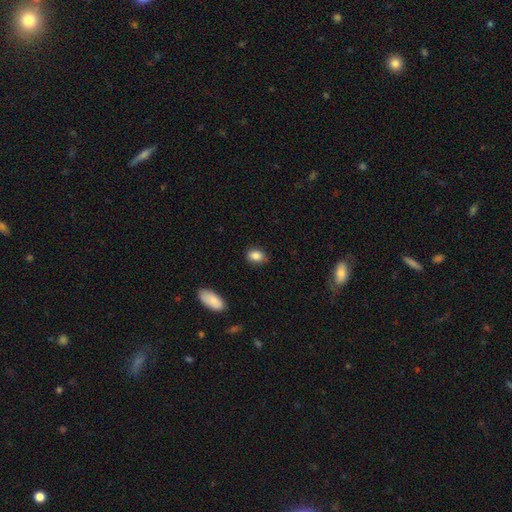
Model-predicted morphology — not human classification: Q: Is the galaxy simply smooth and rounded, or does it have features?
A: smooth — 86%.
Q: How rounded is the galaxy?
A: in between — 72%.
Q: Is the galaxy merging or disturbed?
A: none — 83%.